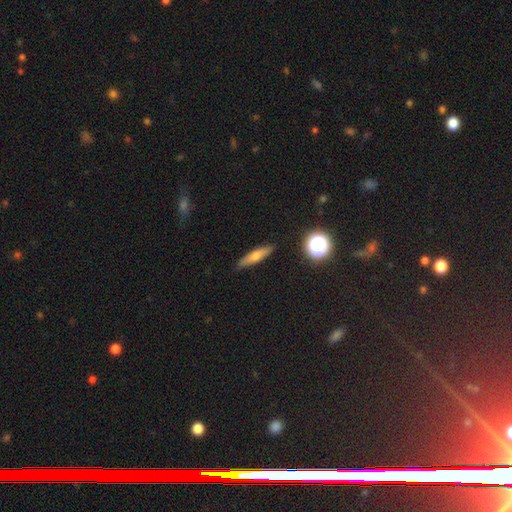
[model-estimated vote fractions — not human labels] A smooth galaxy with no disk features (58%) that is cigar-shaped (76%). Merging: none (86%).